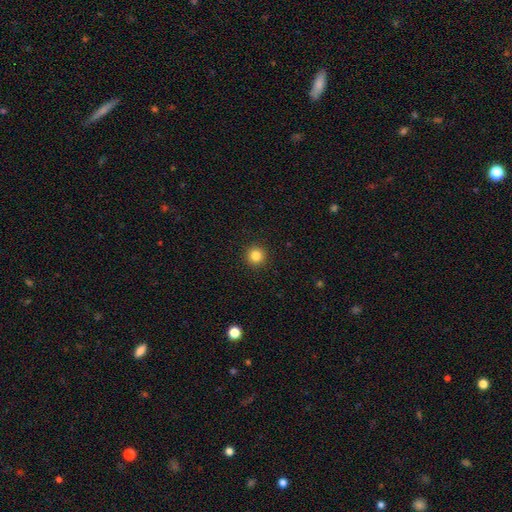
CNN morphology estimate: The model was most divided on "smooth or featured": smooth: 84%, star or artifact: 11%, featured or disk: 5%. More confident: how rounded — round (95%); merging — none (93%).